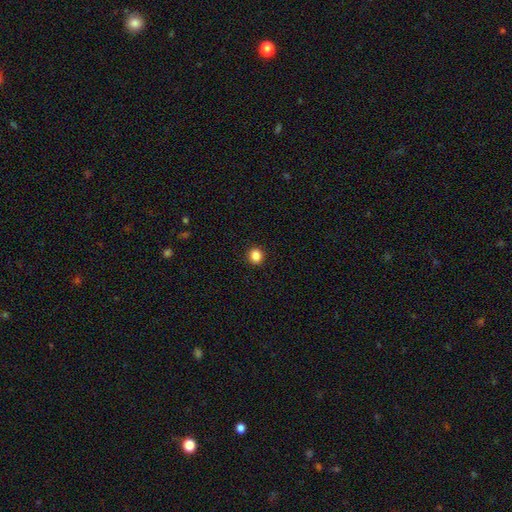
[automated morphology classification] This appears to be a smooth galaxy with no disk features (86%) that is round (78%). Merging: none (91%).